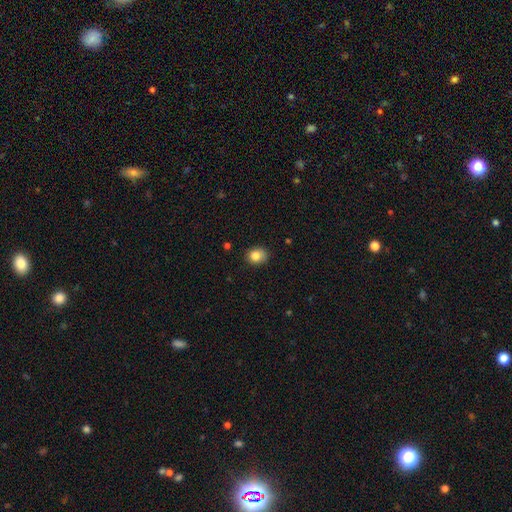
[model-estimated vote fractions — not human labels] Smooth or featured: smooth — 83% (star or artifact — 10%)
How rounded: round — 64% (in between — 35%)
Merging: none — 80% (minor disturbance — 16%)